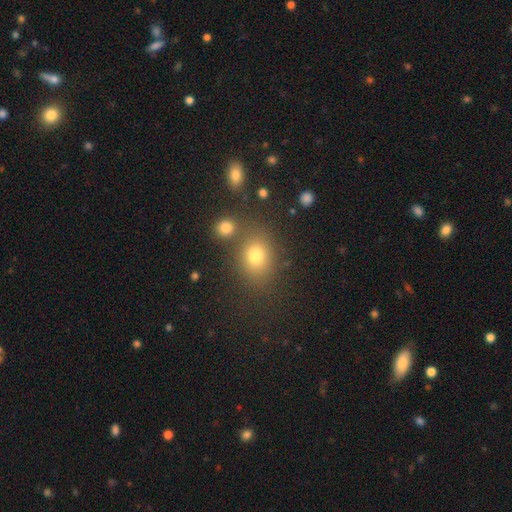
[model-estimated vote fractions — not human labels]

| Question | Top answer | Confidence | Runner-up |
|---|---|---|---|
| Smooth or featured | smooth | 73% | star or artifact (17%) |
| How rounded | round | 54% | in between (44%) |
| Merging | none | 71% | merger (13%) |